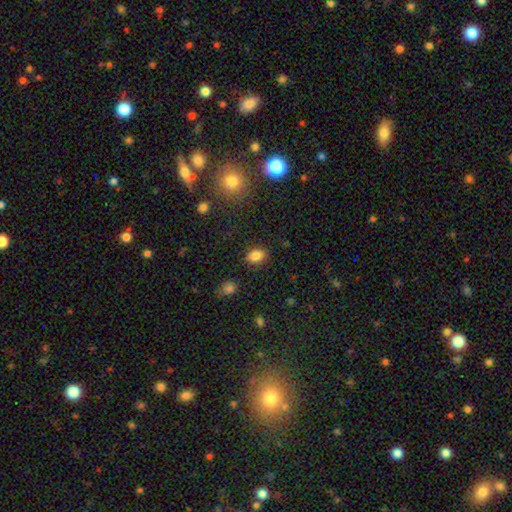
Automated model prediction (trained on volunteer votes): A smooth galaxy with no disk features (83%) that is in between round and cigar-shaped (78%).

Vote fractions:
- Smooth or featured? smooth: 83% / star or artifact: 11% / featured or disk: 6%
- How rounded? in between: 78% / round: 21% / cigar-shaped: 2%
- Merging? none: 85% / minor disturbance: 10% / major disturbance: 3% / merger: 2%